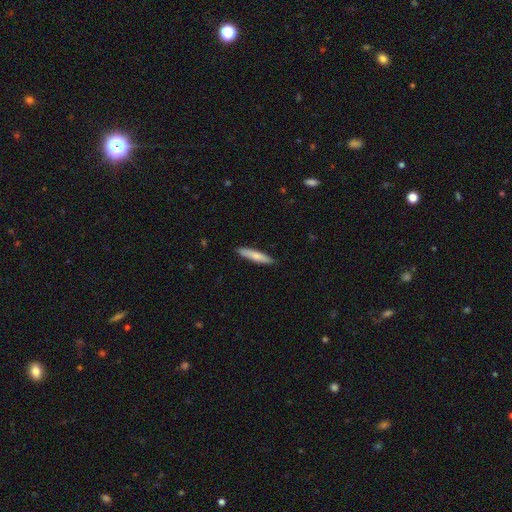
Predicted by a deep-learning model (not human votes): This is likely a smooth galaxy (73%). How rounded: clearly cigar-shaped (87%). Merging: clearly none (88%).